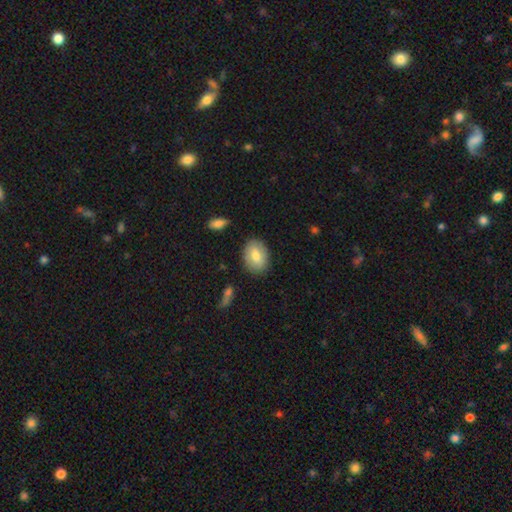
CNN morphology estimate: smooth 75%, featured or disk 18%, star or artifact 7%. Down the decision tree: how rounded — in between (79%); merging — none (83%).